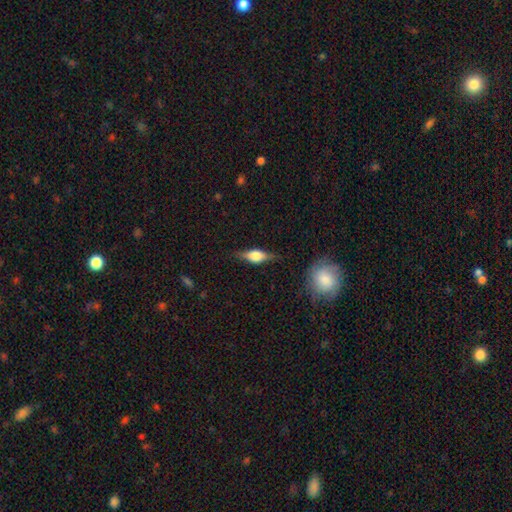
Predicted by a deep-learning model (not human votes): featured or disk 57%, smooth 36%, star or artifact 8%. Down the decision tree: edge-on disk — yes (94%); edge-on bulge — rounded (86%); merging — none (79%).